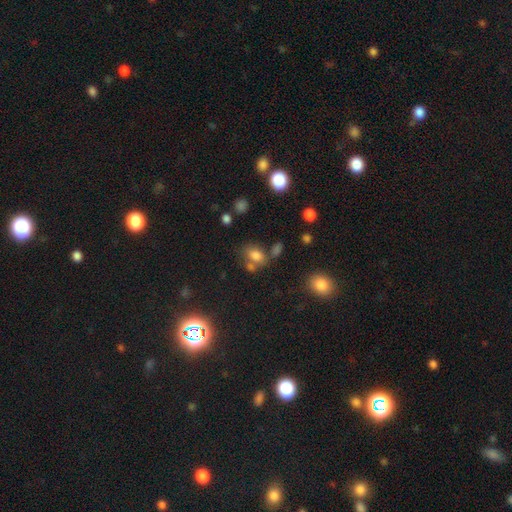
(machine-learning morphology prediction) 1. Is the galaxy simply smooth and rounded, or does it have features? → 76% smooth, 15% star or artifact, 9% featured or disk.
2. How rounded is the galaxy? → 76% in between, 23% round, 2% cigar-shaped.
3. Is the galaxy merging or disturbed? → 52% none, 25% merger, 16% minor disturbance, 7% major disturbance.